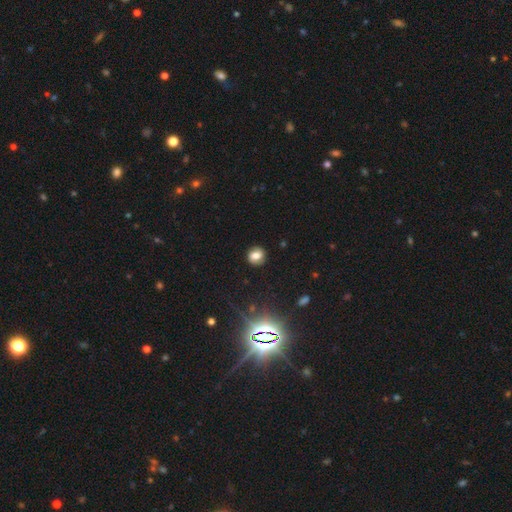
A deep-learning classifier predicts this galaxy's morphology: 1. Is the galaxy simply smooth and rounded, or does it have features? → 66% smooth, 20% featured or disk, 14% star or artifact.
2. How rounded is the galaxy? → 73% round, 26% in between, 1% cigar-shaped.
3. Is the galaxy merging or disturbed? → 86% none, 10% minor disturbance, 3% major disturbance, 1% merger.